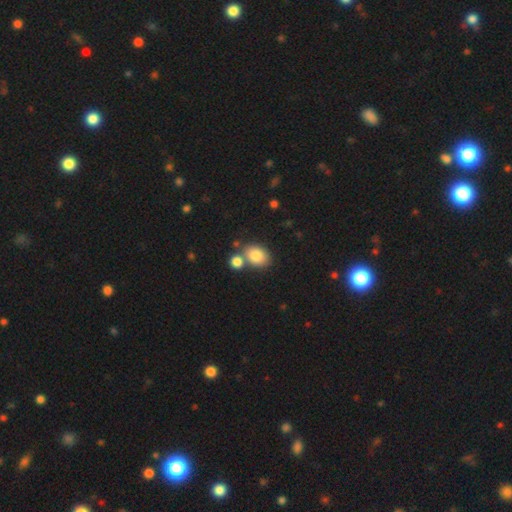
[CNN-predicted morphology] A smooth galaxy with no disk features (83%) that is in between round and cigar-shaped (63%). Merging: none (58%).